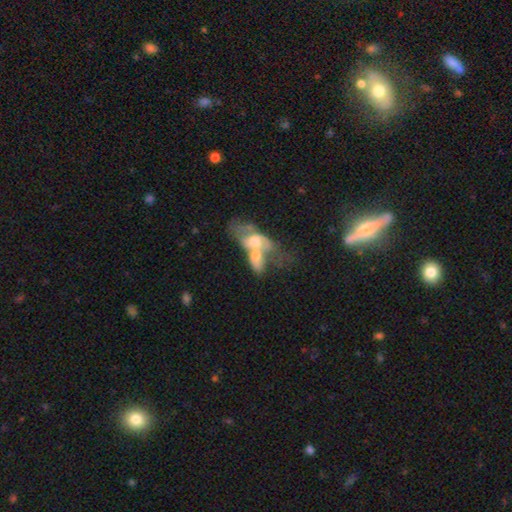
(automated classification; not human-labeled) Overall: featured or disk (56%; smooth 37%). Edge-on disk: no (90%). Bar: no (73%). Spiral arms: no (54%; yes 46%). Bulge size: moderate (58%). Merging: merger (75%).